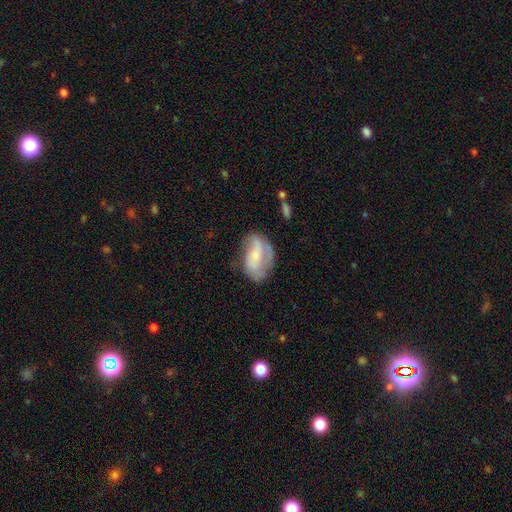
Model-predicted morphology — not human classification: The model was most divided on "bar": no: 50%, weak: 33%, strong: 17%. Remaining: edge-on disk — no (95%); spiral arms — yes (74%); smooth or featured — featured or disk (57%); bulge size — small (56%); merging — none (49%).